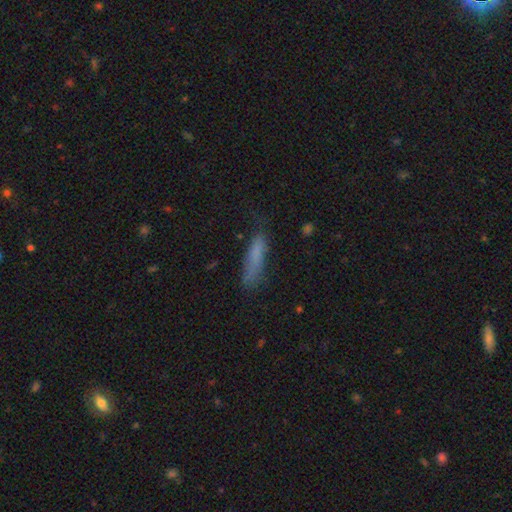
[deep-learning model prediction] A smooth galaxy with no disk features (75%) that is cigar-shaped (78%). Merging: none (62%).